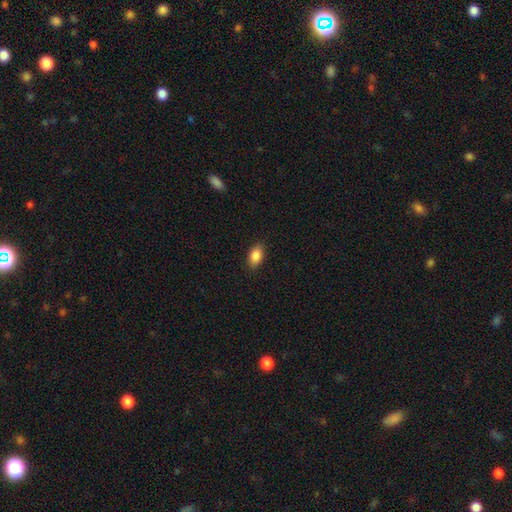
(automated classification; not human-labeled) smooth-or-featured: smooth: 87% | star or artifact: 8% | featured or disk: 5%
  how-rounded: in between: 90% | round: 8% | cigar-shaped: 3%
  merging: none: 88% | minor disturbance: 9% | major disturbance: 2% | merger: 1%